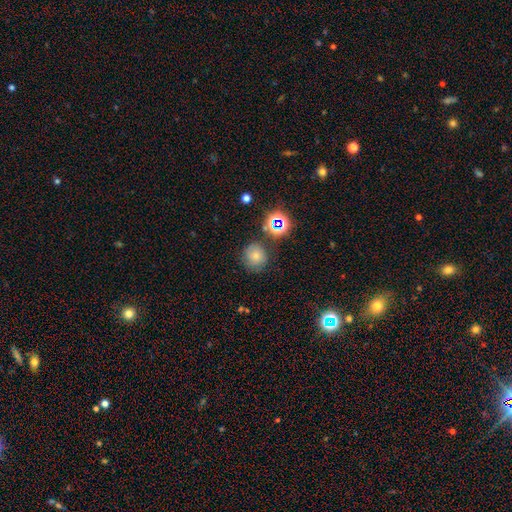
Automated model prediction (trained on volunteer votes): This is likely a smooth galaxy (64%). How rounded: clearly round (88%). Merging: likely none (74%).